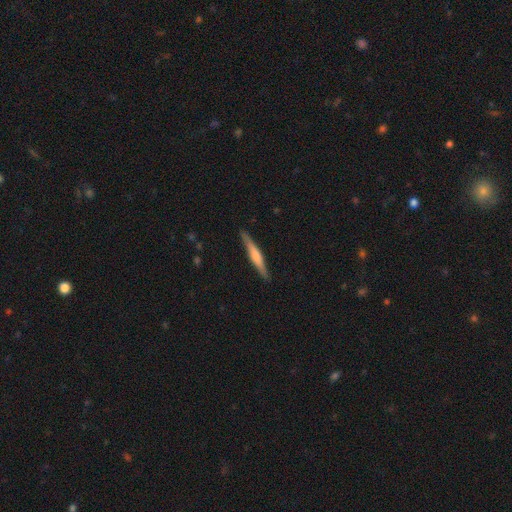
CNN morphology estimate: This appears to be a featured or disk galaxy (52%) viewed edge-on (97%) with a rounded central bulge (45%). Merging: none (89%).